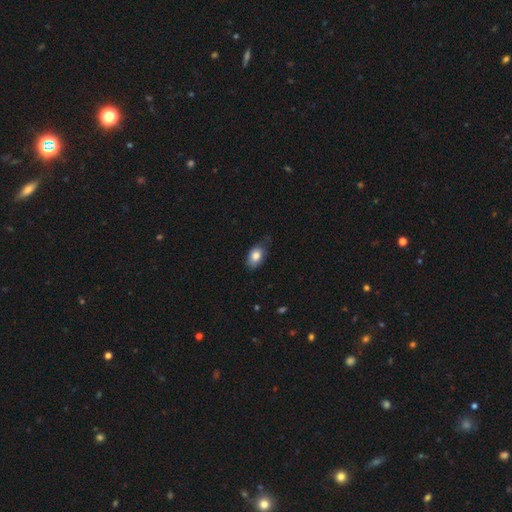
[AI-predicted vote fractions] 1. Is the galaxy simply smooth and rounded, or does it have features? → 82% smooth, 10% featured or disk, 8% star or artifact.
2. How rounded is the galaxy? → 87% in between, 12% round, 2% cigar-shaped.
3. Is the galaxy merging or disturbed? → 66% none, 28% minor disturbance, 5% major disturbance, 1% merger.